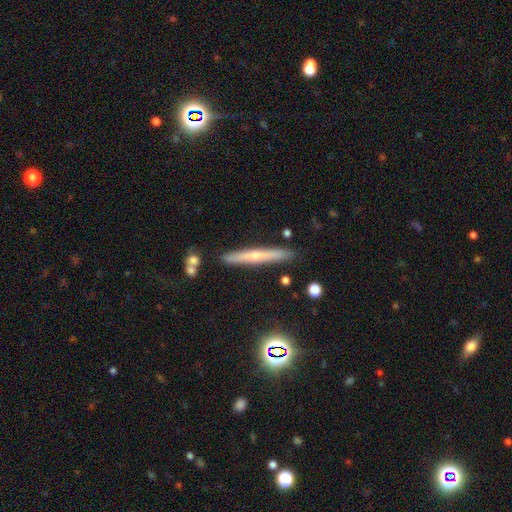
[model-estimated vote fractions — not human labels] Smooth or featured?
  - featured or disk: 52% *
  - smooth: 39%
  - star or artifact: 9%
Edge-on disk?
  - yes: 95% *
  - no: 5%
Merging?
  - none: 88% *
  - minor disturbance: 8%
  - merger: 3%
  - major disturbance: 2%